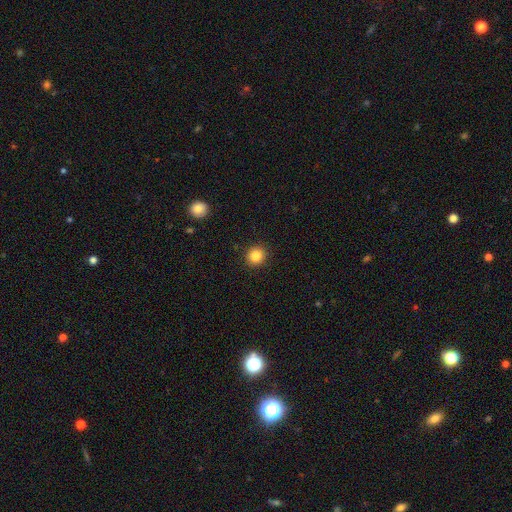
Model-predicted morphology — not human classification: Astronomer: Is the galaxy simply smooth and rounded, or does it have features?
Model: smooth — 85%.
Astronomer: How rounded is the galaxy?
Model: round — 89%.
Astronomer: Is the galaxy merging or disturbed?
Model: none — 91%.